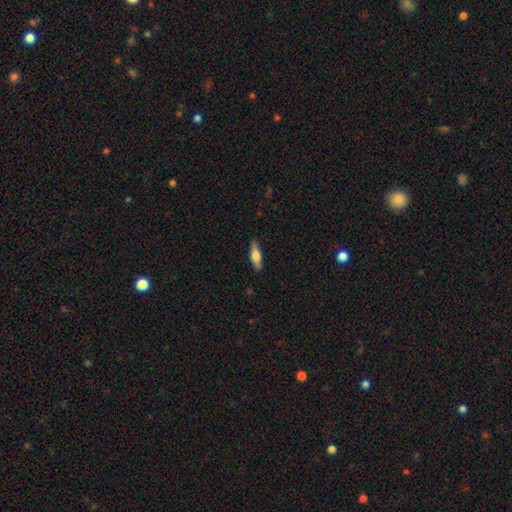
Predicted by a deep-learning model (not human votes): This is possibly a smooth galaxy (55%). How rounded: likely cigar-shaped (67%). Merging: clearly none (88%).